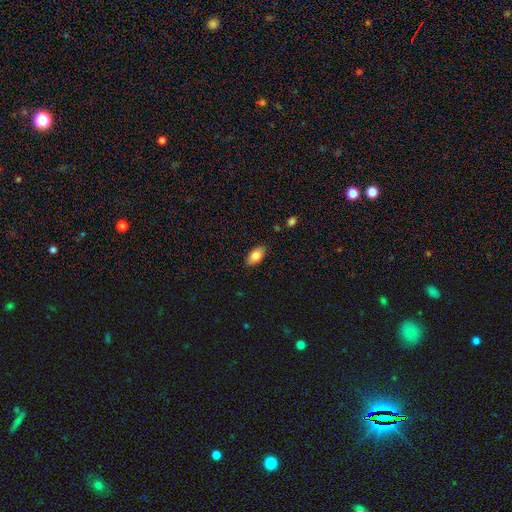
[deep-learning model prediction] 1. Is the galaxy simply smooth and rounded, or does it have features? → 81% smooth, 12% featured or disk, 7% star or artifact.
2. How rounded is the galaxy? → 91% in between, 5% cigar-shaped, 4% round.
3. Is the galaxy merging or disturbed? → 85% none, 11% minor disturbance, 2% major disturbance, 1% merger.